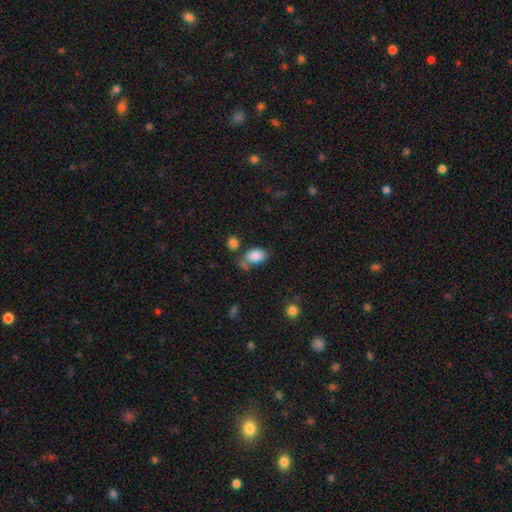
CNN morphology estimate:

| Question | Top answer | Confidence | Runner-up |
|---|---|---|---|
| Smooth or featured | smooth | 85% | star or artifact (8%) |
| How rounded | in between | 89% | round (10%) |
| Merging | none | 53% | minor disturbance (20%) |